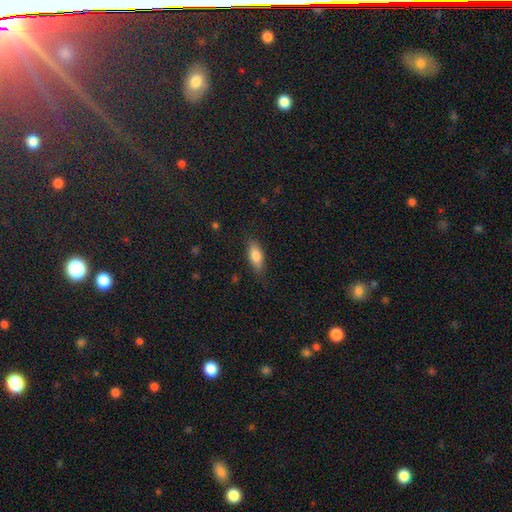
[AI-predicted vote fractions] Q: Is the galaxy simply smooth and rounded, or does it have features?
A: smooth — 77%.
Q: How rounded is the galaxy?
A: in between — 72%.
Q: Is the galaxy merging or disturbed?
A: none — 77%.